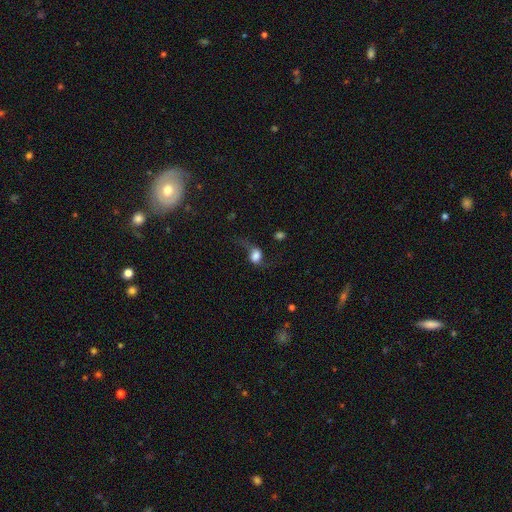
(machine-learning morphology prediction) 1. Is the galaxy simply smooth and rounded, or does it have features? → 51% smooth, 38% featured or disk, 12% star or artifact.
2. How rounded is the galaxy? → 55% in between, 42% round, 3% cigar-shaped.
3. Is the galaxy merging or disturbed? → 44% none, 32% major disturbance, 20% minor disturbance, 4% merger.